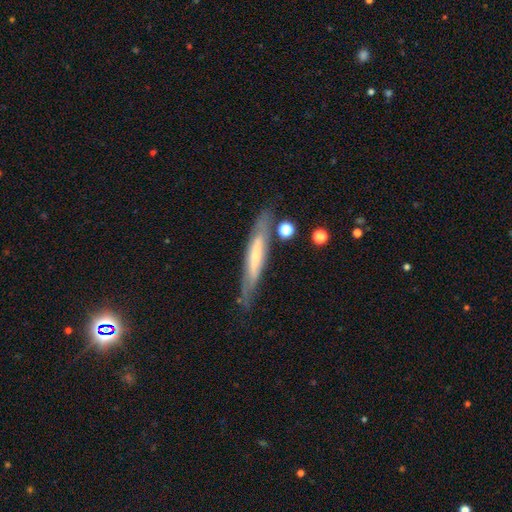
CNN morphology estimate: This appears to be a featured or disk galaxy (57%) viewed edge-on (76%). Merging: none (76%).